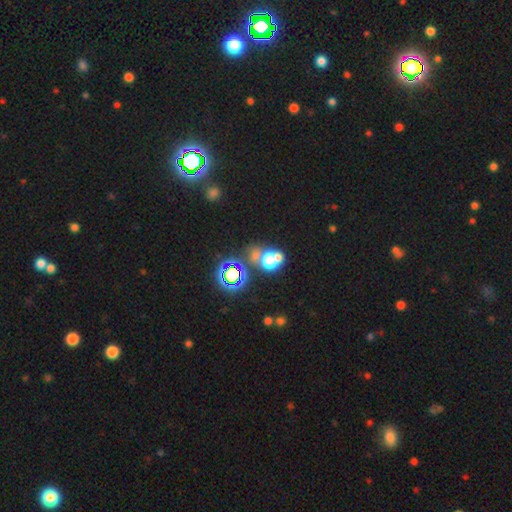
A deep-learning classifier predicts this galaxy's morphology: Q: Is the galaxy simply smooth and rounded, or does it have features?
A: smooth — 46%.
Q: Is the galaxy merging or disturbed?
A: none — 51%.